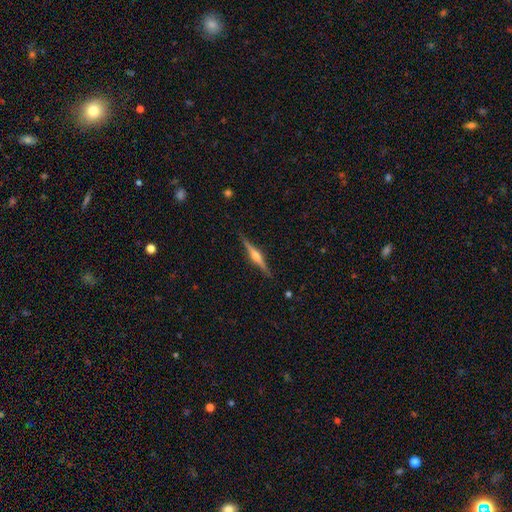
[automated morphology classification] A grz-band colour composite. It shows a featured or disk galaxy (81%) viewed edge-on (98%) with a rounded central bulge (93%). Merging: none (89%).